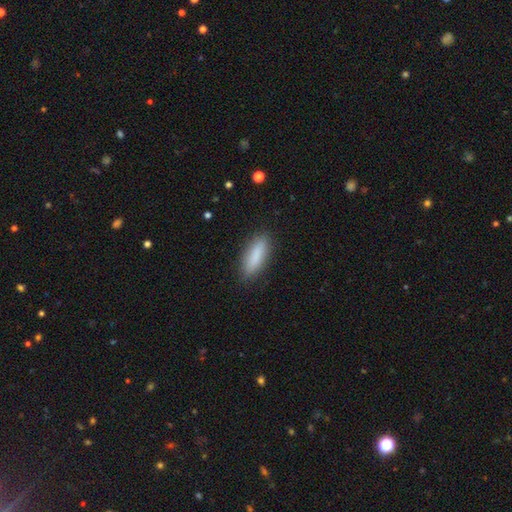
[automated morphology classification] Q: Smooth or featured?
A: smooth (85%); runner-up: featured or disk (8%)
Q: How rounded?
A: in between (51%); runner-up: cigar-shaped (47%)
Q: Merging?
A: none (87%); runner-up: minor disturbance (10%)